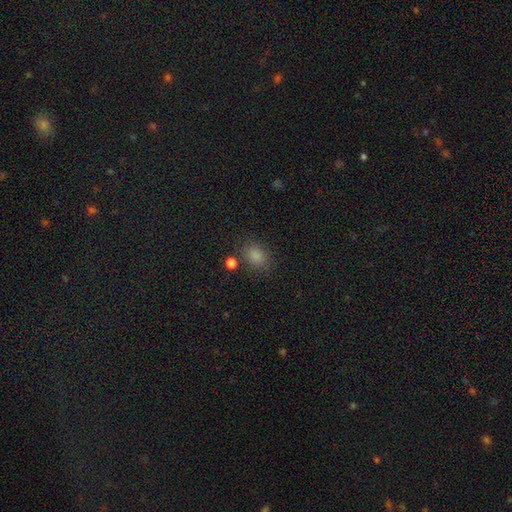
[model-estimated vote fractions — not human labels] Smooth or featured: smooth — 82% (star or artifact — 13%)
How rounded: in between — 64% (round — 35%)
Merging: none — 78% (minor disturbance — 13%)